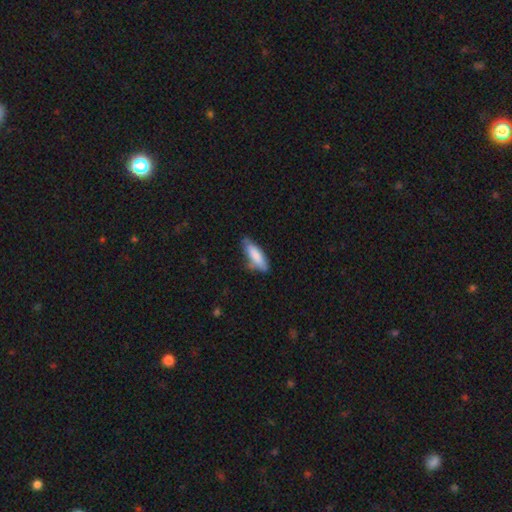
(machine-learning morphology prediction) A smooth galaxy with no disk features (82%) that is in between round and cigar-shaped (52%).

Vote fractions:
- Smooth or featured? smooth: 82% / featured or disk: 12% / star or artifact: 6%
- How rounded? in between: 52% / cigar-shaped: 46% / round: 2%
- Merging? none: 66% / minor disturbance: 26% / major disturbance: 5% / merger: 3%